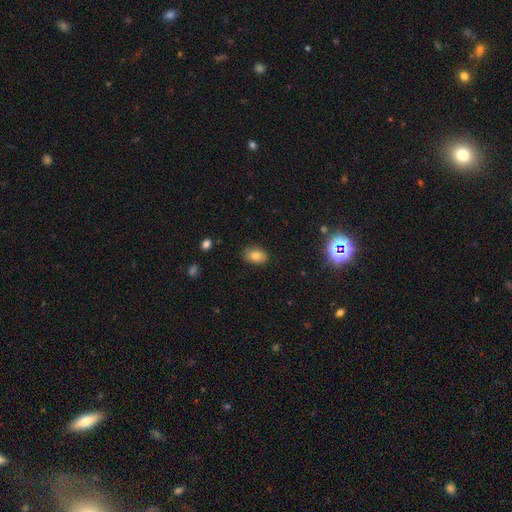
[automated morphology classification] This appears to be a smooth galaxy with no disk features (82%) that is in between round and cigar-shaped (84%). Merging: none (87%).